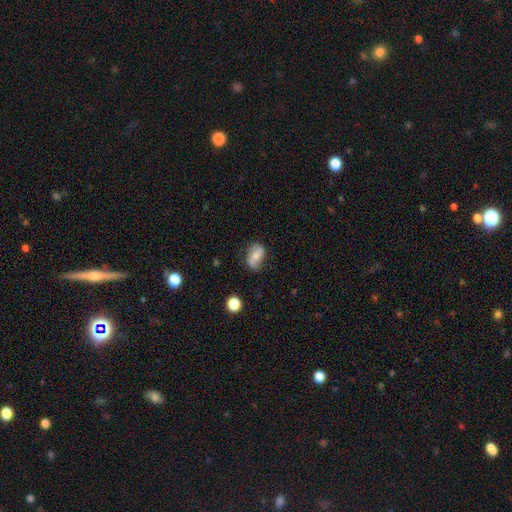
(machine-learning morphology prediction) Smooth or featured? Predicted: smooth (p=0.63). How rounded? Predicted: in between (p=0.86). Merging? Predicted: none (p=0.66).